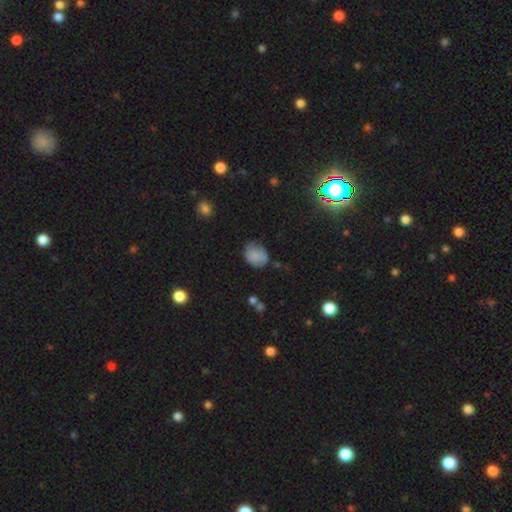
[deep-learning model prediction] smooth-or-featured: smooth: 77% | featured or disk: 12% | star or artifact: 10%
  how-rounded: in between: 51% | round: 48% | cigar-shaped: 1%
  merging: none: 52% | minor disturbance: 35% | major disturbance: 10% | merger: 3%